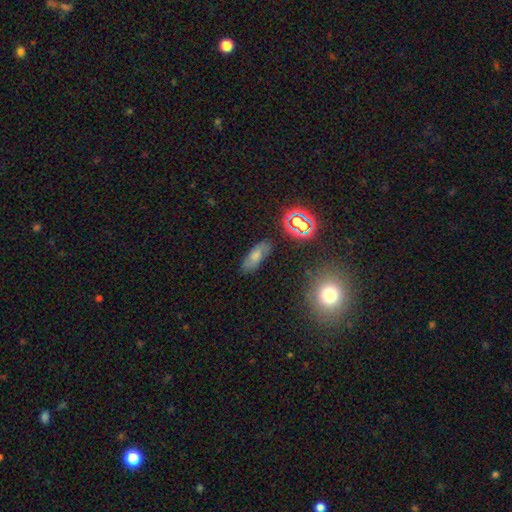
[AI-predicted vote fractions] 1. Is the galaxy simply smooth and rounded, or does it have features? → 58% smooth, 26% featured or disk, 16% star or artifact.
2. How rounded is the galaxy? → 72% in between, 22% cigar-shaped, 6% round.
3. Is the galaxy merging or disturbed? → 76% none, 16% minor disturbance, 5% major disturbance, 3% merger.